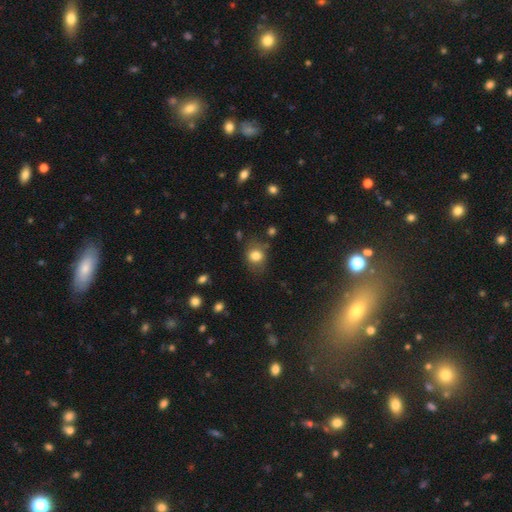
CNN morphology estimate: Smooth or featured? Predicted: smooth (p=0.80). How rounded? Predicted: round (p=0.58). Merging? Predicted: none (p=0.69).